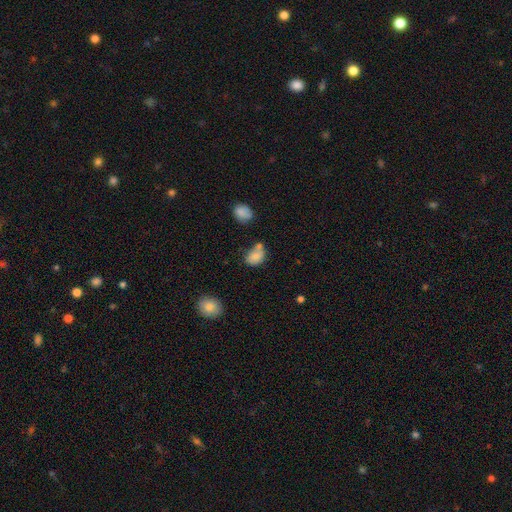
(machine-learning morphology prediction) Smooth or featured? smooth (79%)
How rounded? in between (71%)
Merging? none (42%)